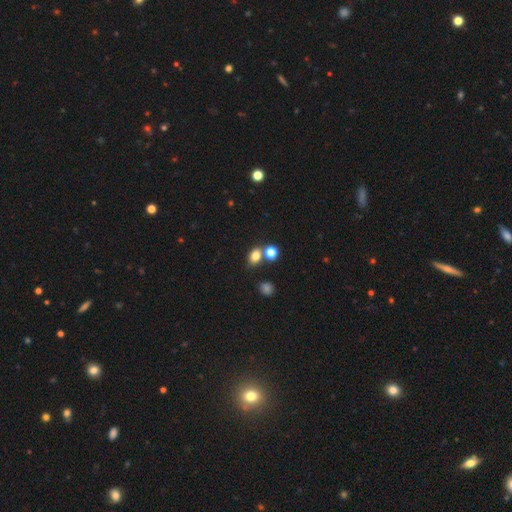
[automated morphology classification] Overall: smooth (78%). How rounded: in between (61%; round 38%). Merging: none (61%; merger 23%).